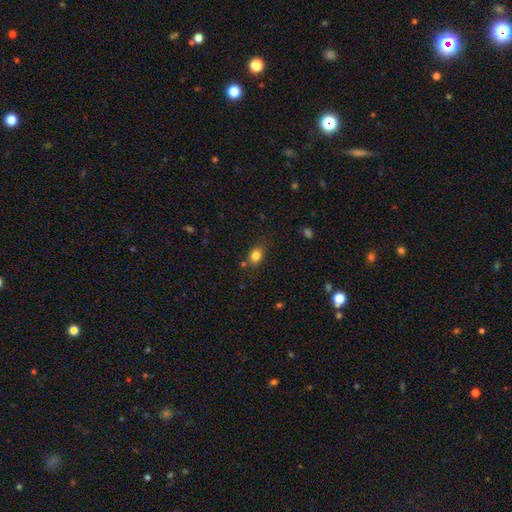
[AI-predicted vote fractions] smooth-or-featured: smooth: 82% | star or artifact: 11% | featured or disk: 7%
  how-rounded: in between: 58% | round: 41% | cigar-shaped: 1%
  merging: none: 76% | minor disturbance: 15% | merger: 5% | major disturbance: 4%